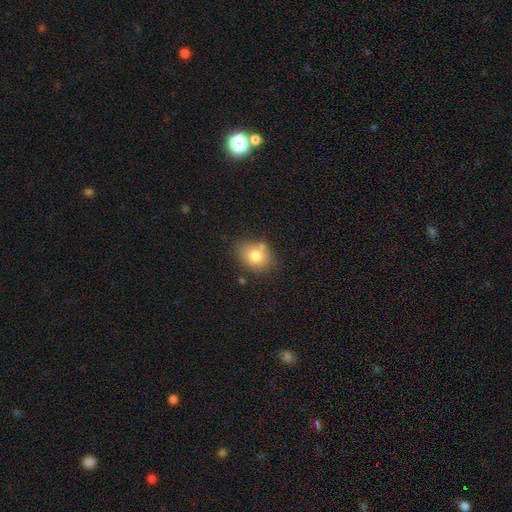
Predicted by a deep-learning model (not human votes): This appears to be a smooth galaxy with no disk features (76%) that is in between round and cigar-shaped (58%). Merging: none (67%).